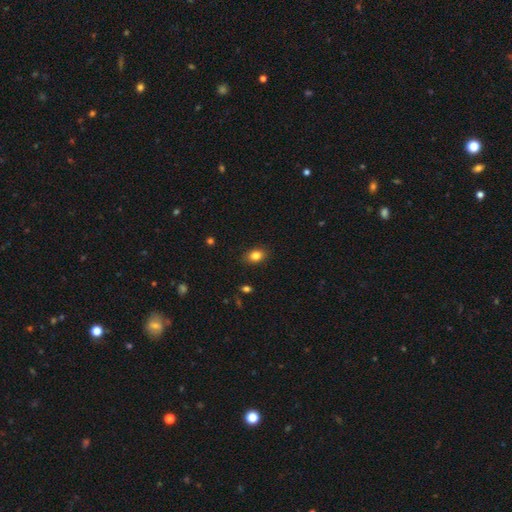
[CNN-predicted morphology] This appears to be a smooth galaxy with no disk features (83%) that is in between round and cigar-shaped (71%). Merging: none (86%).